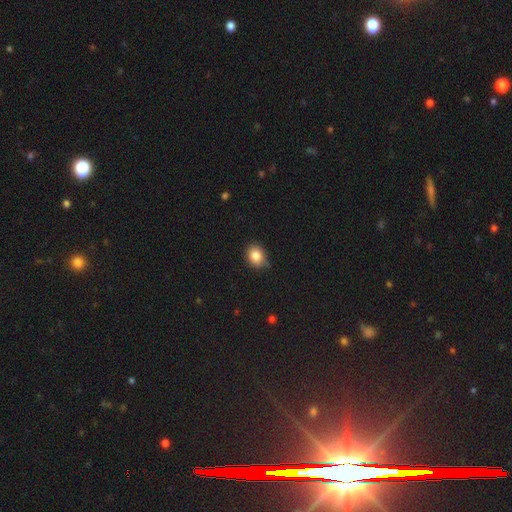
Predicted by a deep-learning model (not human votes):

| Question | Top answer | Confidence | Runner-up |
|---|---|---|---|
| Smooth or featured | smooth | 85% | star or artifact (9%) |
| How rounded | in between | 54% | round (45%) |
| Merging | none | 74% | minor disturbance (22%) |